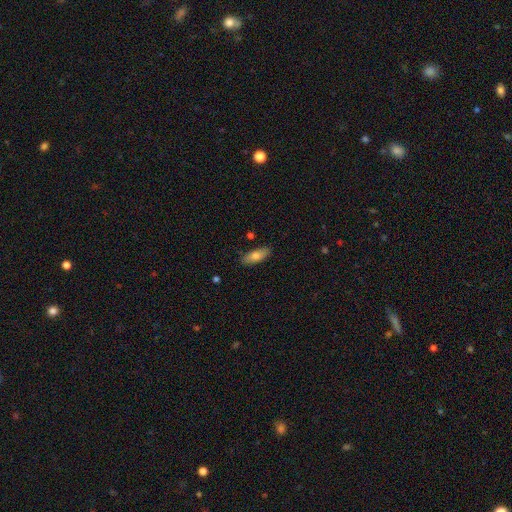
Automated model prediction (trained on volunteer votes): A smooth galaxy with no disk features (76%) that is in between round and cigar-shaped (69%). Merging: none (86%).